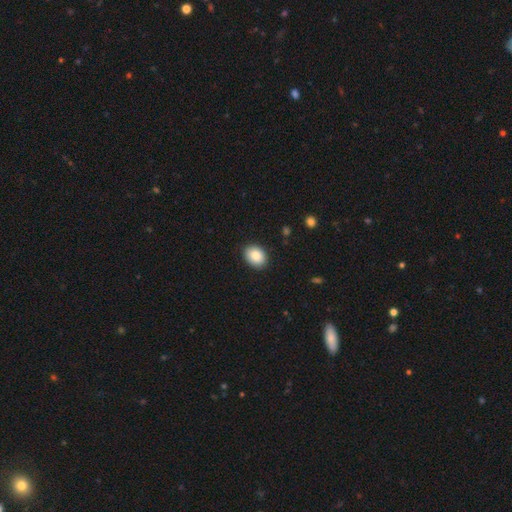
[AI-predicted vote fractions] Smooth or featured?
  - smooth: 87% *
  - star or artifact: 7%
  - featured or disk: 6%
How rounded?
  - in between: 68% *
  - round: 31%
  - cigar-shaped: 1%
Merging?
  - none: 89% *
  - minor disturbance: 8%
  - major disturbance: 2%
  - merger: 1%